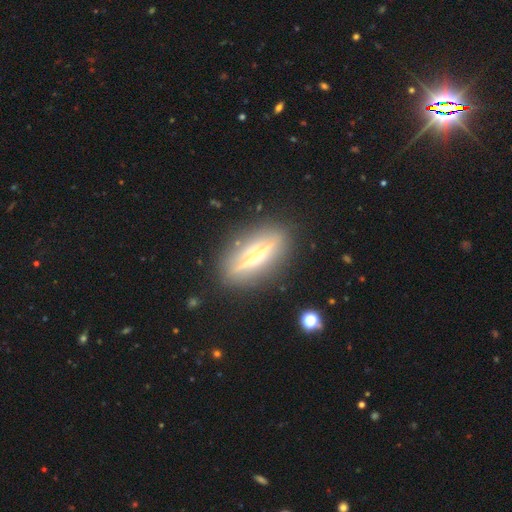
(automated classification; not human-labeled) A featured or disk galaxy (78%) viewed edge-on (93%) with a rounded central bulge (89%). Merging: none (88%).